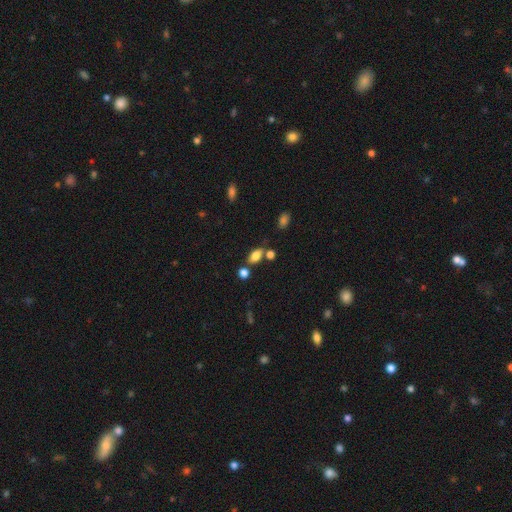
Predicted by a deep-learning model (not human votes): smooth 81%, star or artifact 11%, featured or disk 9%. Down the decision tree: how rounded — in between (86%); merging — none (63%).